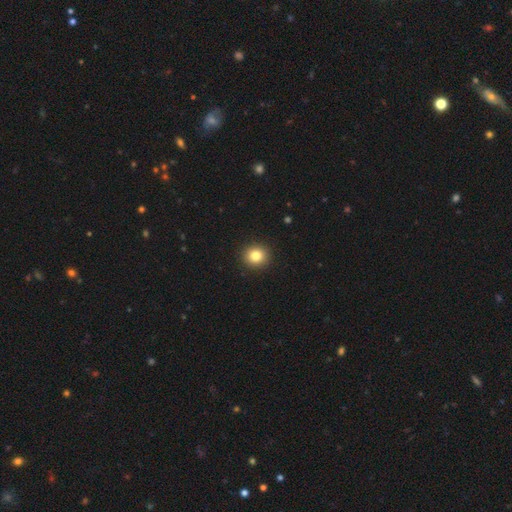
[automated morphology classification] type=smooth (83%); roundness=round (87%); merging=none (92%).